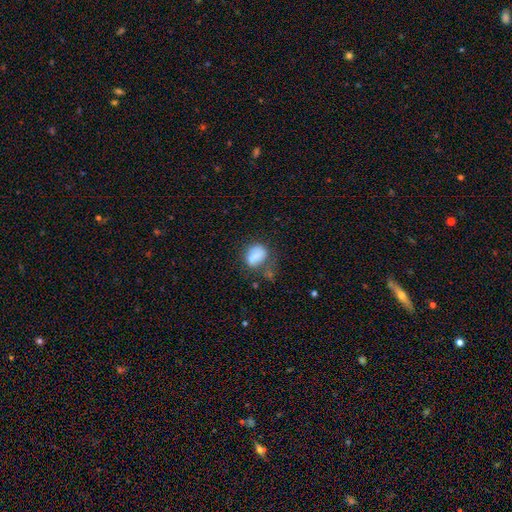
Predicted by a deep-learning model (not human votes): smooth-or-featured: smooth: 75% | featured or disk: 16% | star or artifact: 9%
  how-rounded: in between: 54% | round: 44% | cigar-shaped: 1%
  merging: none: 44% | minor disturbance: 28% | major disturbance: 17% | merger: 11%